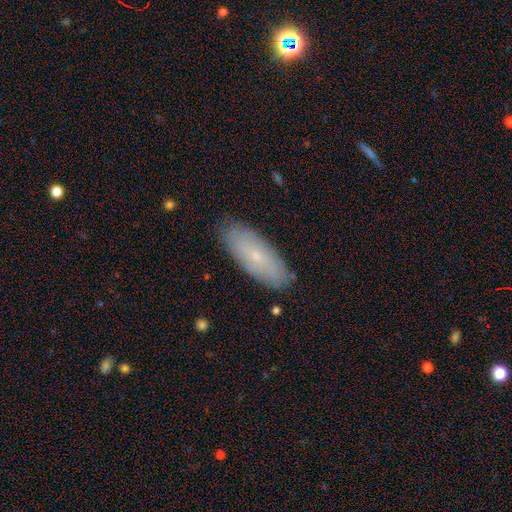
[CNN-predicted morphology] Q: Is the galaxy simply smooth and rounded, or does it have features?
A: smooth — 60%.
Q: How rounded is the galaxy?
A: in between — 74%.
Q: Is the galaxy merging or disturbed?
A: none — 86%.